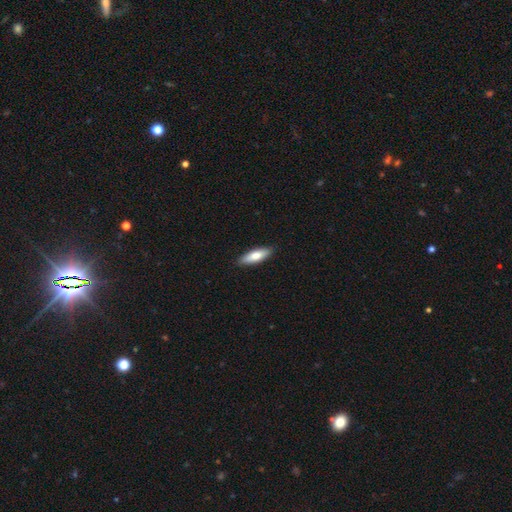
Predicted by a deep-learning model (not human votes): A smooth galaxy with no disk features (74%) that is cigar-shaped (52%).

Vote fractions:
- Smooth or featured? smooth: 74% / featured or disk: 20% / star or artifact: 5%
- How rounded? cigar-shaped: 52% / in between: 46% / round: 2%
- Merging? none: 90% / minor disturbance: 8% / major disturbance: 2% / merger: 1%